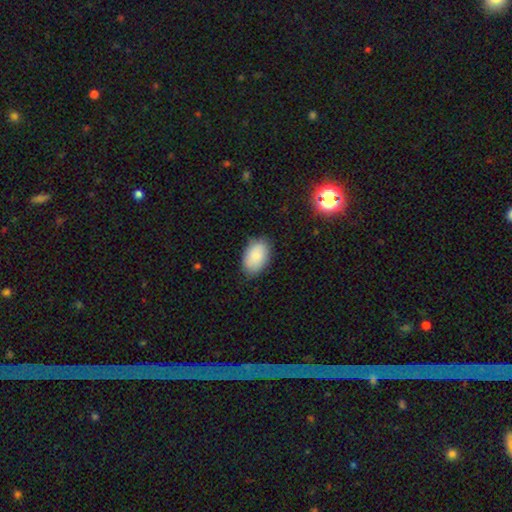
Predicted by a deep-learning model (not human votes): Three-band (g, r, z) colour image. It shows a smooth galaxy with no disk features (86%) that is in between round and cigar-shaped (92%). Merging: none (80%).